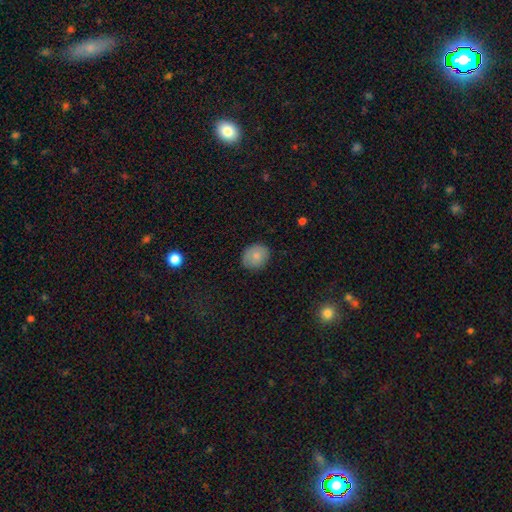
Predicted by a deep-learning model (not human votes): A smooth galaxy with no disk features (81%) that is round (68%). Merging: none (83%).